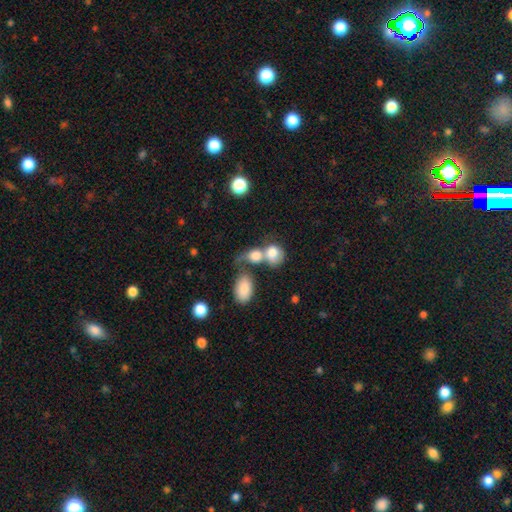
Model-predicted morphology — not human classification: smooth_or_featured: smooth (p=0.77) [alt: featured or disk p=0.14]
how_rounded: in between (p=0.52) [alt: round p=0.46]
merging: merger (p=0.60) [alt: none p=0.22]